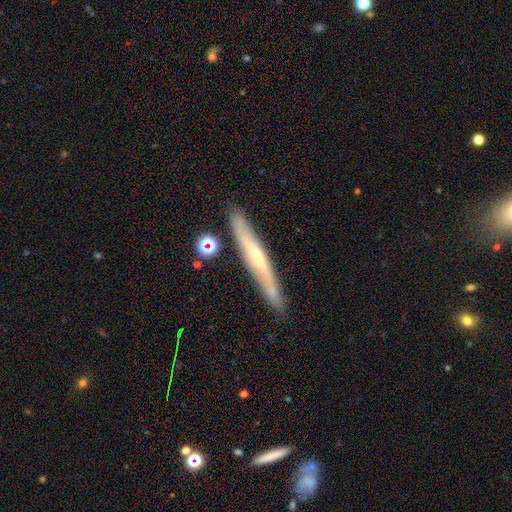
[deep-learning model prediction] Smooth or featured: featured or disk — 59% (smooth — 34%)
Edge-on disk: yes — 77% (no — 23%)
Merging: none — 80% (minor disturbance — 13%)